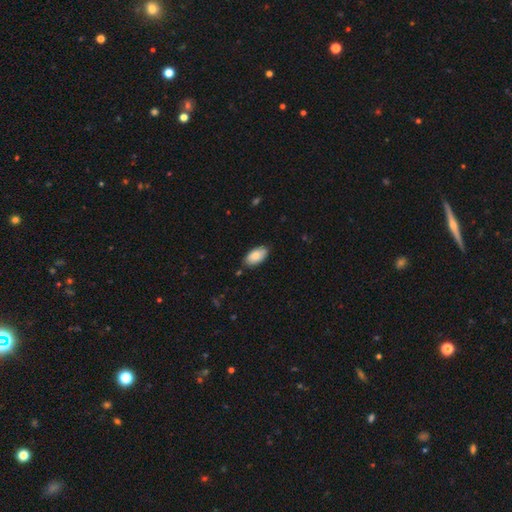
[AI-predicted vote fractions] A smooth galaxy with no disk features (84%) that is in between round and cigar-shaped (95%). Merging: none (83%).